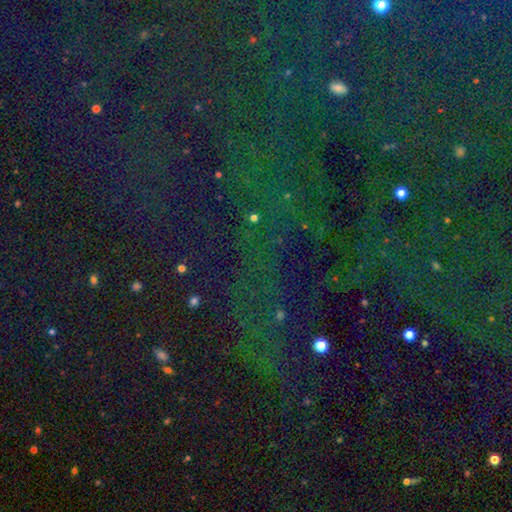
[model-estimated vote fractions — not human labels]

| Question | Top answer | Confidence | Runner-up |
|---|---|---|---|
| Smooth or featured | star or artifact | 84% | smooth (9%) |